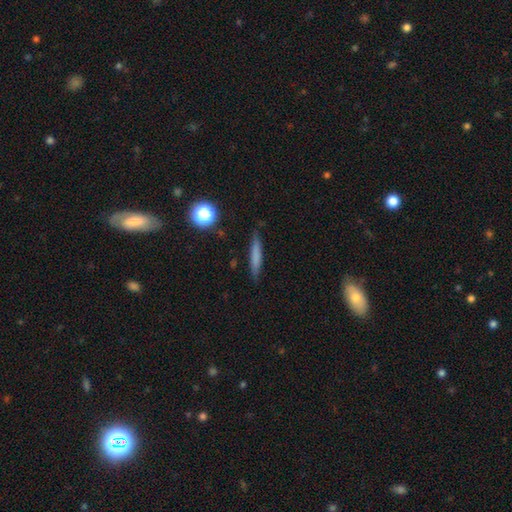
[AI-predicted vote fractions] Q: Smooth or featured?
A: smooth (68%); runner-up: featured or disk (23%)
Q: How rounded?
A: cigar-shaped (91%); runner-up: in between (7%)
Q: Merging?
A: none (85%); runner-up: minor disturbance (11%)